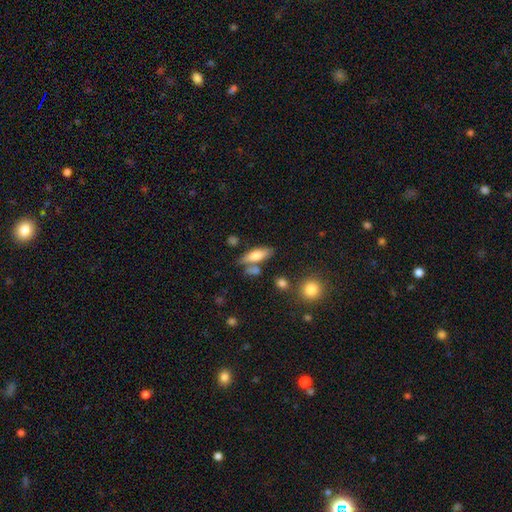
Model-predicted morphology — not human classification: type=smooth (71%); roundness=in between (59%); merging=none (64%).